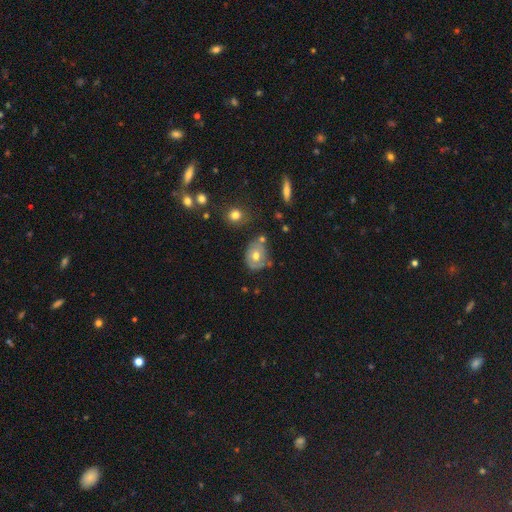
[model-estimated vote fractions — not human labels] smooth 55%, featured or disk 36%, star or artifact 9%. Down the decision tree: how rounded — round (51%); merging — none (51%).